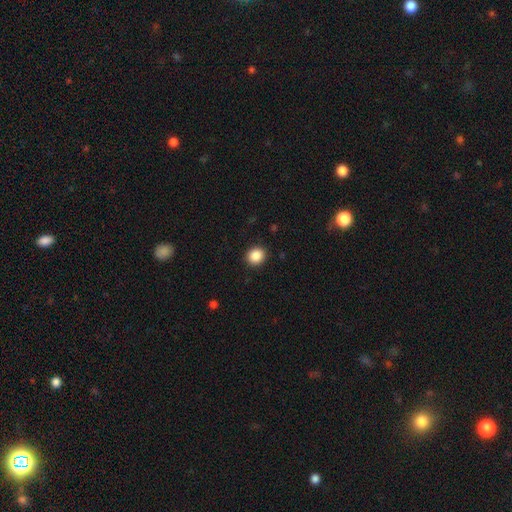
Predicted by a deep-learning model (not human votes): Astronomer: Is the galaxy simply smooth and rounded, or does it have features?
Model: smooth — 88%.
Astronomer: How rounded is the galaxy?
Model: round — 72%.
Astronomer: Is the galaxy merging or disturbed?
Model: none — 91%.